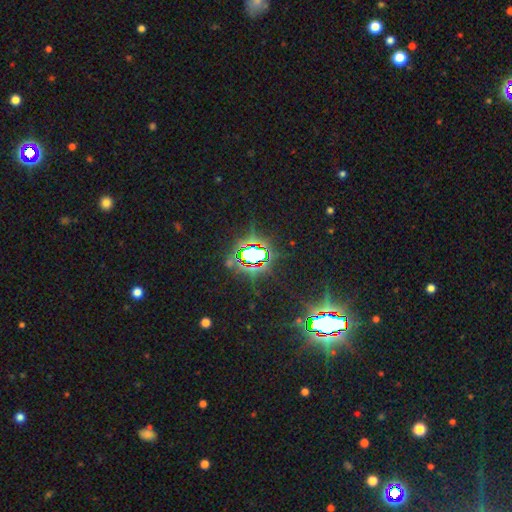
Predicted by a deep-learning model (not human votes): star or artifact 79%, smooth 12%, featured or disk 9%.